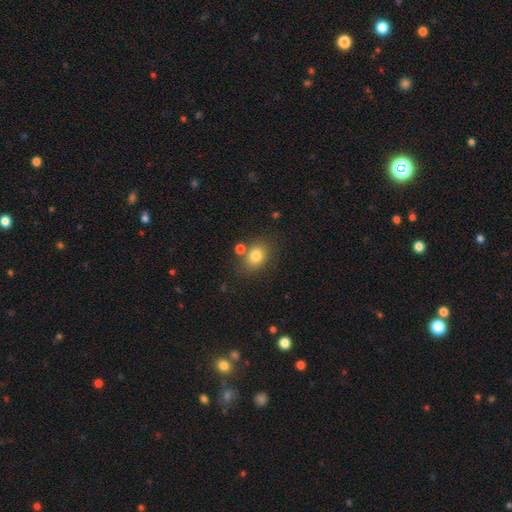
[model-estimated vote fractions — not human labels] A smooth galaxy with no disk features (79%) that is in between round and cigar-shaped (57%). Merging: none (70%).